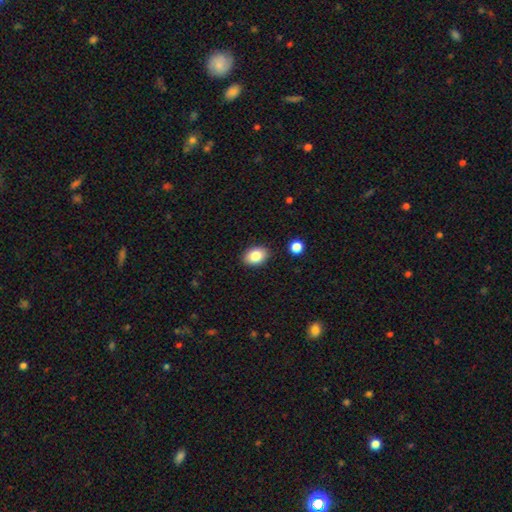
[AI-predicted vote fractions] Smooth or featured?
  - smooth: 84% *
  - star or artifact: 8%
  - featured or disk: 8%
How rounded?
  - in between: 81% *
  - round: 18%
  - cigar-shaped: 1%
Merging?
  - none: 88% *
  - minor disturbance: 8%
  - major disturbance: 2%
  - merger: 2%